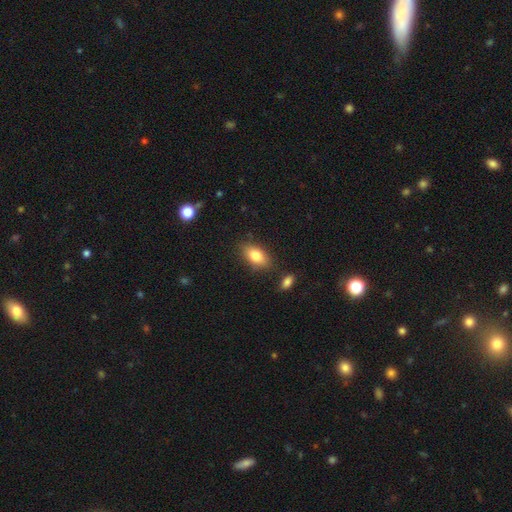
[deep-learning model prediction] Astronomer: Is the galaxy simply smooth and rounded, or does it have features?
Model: smooth — 82%.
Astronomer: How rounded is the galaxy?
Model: in between — 88%.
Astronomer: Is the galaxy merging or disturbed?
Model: none — 81%.